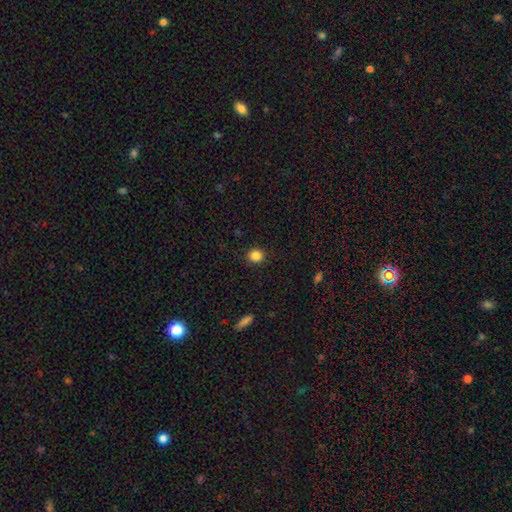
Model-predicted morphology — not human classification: smooth 86%, star or artifact 11%, featured or disk 4%. Down the decision tree: how rounded — round (85%); merging — none (91%).